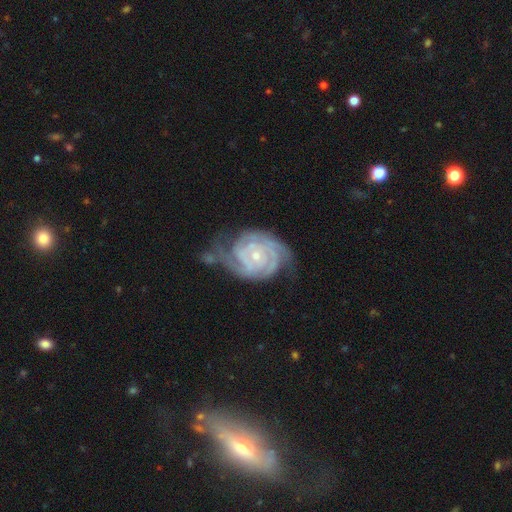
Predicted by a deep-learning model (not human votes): smooth-or-featured: featured or disk: 90% | star or artifact: 5% | smooth: 5%
  disk-edge-on: no: 98% | yes: 2%
    bar: no: 71% | weak: 22% | strong: 7%
    has-spiral-arms: yes: 98% | no: 2%
      spiral-winding: tight: 80% | medium: 18% | loose: 3%
      spiral-arm-count: 3: 28% | 2: 25% | can't tell: 19% | 4: 16% | more than 4: 6% | 1: 6%
    bulge-size: small: 74% | moderate: 22% | none: 1% | large: 1% | dominant: 1%
  merging: none: 56% | minor disturbance: 26% | major disturbance: 13% | merger: 6%